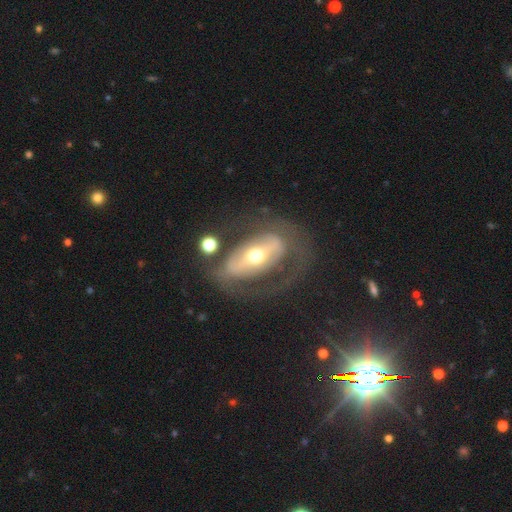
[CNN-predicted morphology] type=featured or disk (72%); edge-on=no (89%); bar=strong (52%); spiral arms=no (52%); bulge=moderate (70%); merging=none (59%).